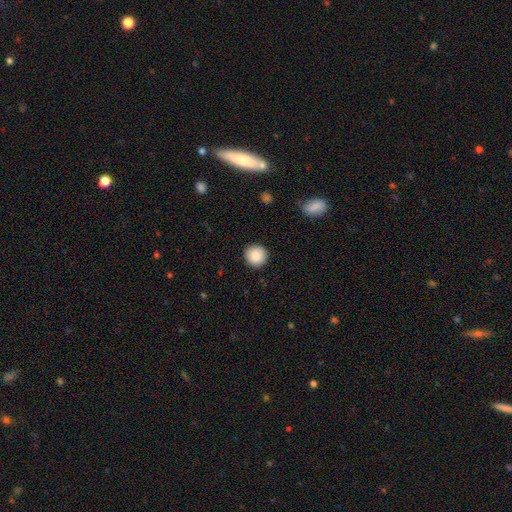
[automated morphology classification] Q: Smooth or featured?
A: smooth (88%); runner-up: star or artifact (8%)
Q: How rounded?
A: round (94%); runner-up: in between (5%)
Q: Merging?
A: none (91%); runner-up: minor disturbance (7%)